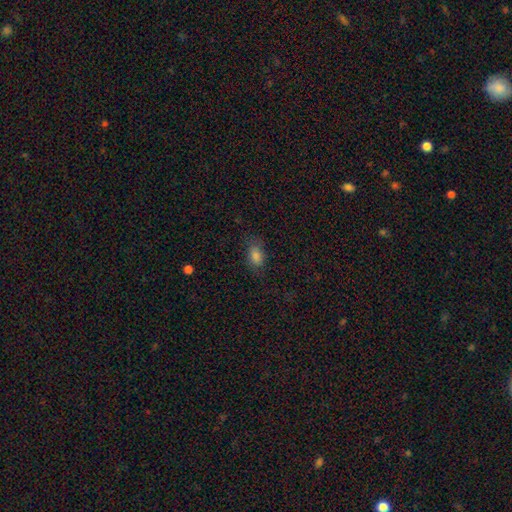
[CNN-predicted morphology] type=smooth (80%); roundness=in between (84%); merging=none (72%).